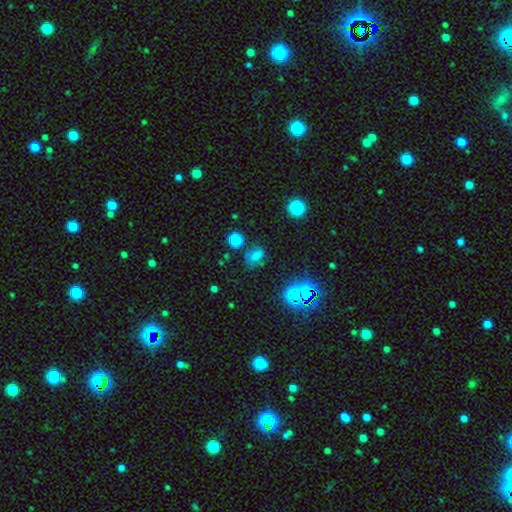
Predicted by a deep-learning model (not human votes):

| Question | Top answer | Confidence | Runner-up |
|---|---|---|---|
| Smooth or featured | smooth | 59% | star or artifact (31%) |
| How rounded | in between | 72% | round (26%) |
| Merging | none | 59% | minor disturbance (22%) |